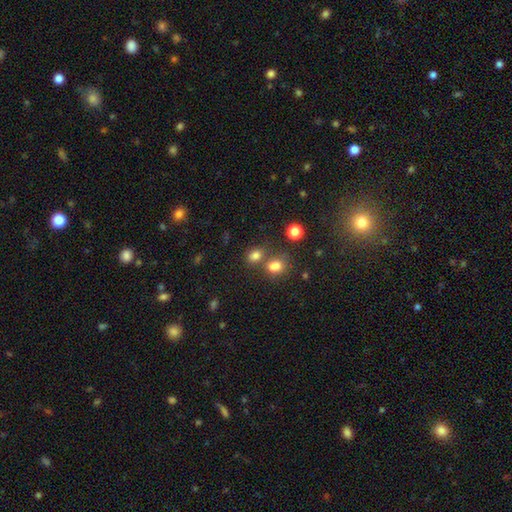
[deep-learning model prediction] The model was most divided on "how rounded": in between: 58%, round: 40%, cigar-shaped: 1%. More confident: smooth or featured — smooth (77%); merging — none (53%).